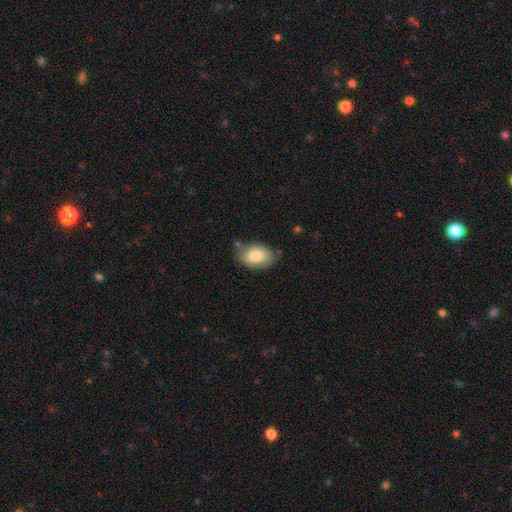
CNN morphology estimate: smooth 79%, featured or disk 14%, star or artifact 7%. Down the decision tree: how rounded — in between (80%); merging — none (66%).